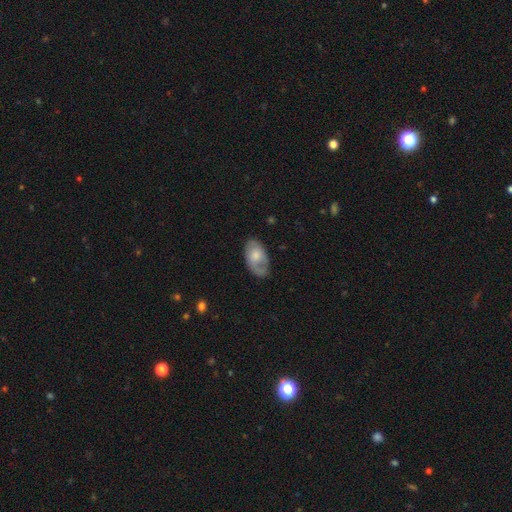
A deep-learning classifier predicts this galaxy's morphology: smooth_or_featured: smooth (p=0.58) [alt: featured or disk p=0.36]
how_rounded: in between (p=0.93) [alt: round p=0.05]
merging: none (p=0.63) [alt: minor disturbance p=0.26]